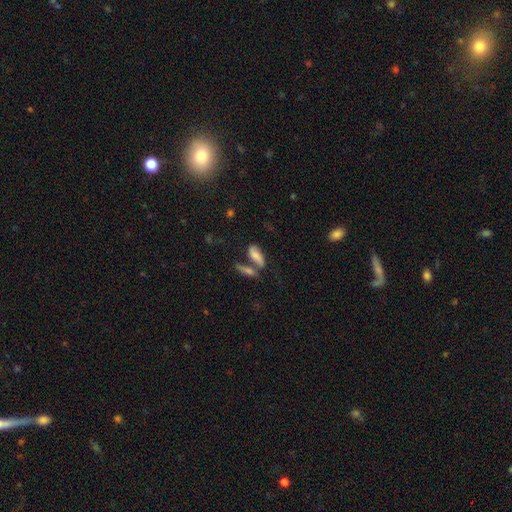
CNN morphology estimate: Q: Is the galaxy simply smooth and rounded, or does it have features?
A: smooth — 65%.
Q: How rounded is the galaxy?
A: in between — 67%.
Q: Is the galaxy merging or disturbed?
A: merger — 41%.